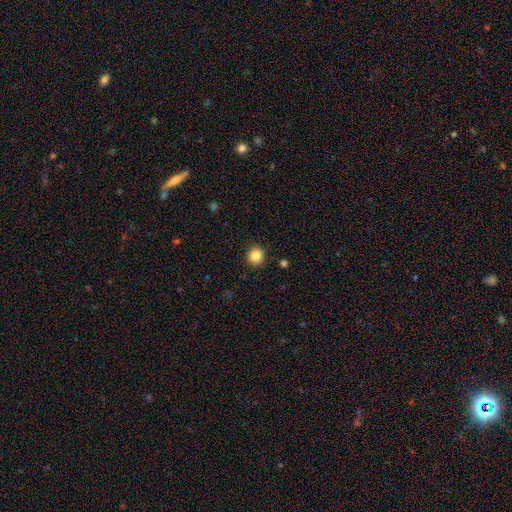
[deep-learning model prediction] Q: Smooth or featured?
A: smooth (85%); runner-up: star or artifact (10%)
Q: How rounded?
A: round (90%); runner-up: in between (9%)
Q: Merging?
A: none (91%); runner-up: minor disturbance (6%)